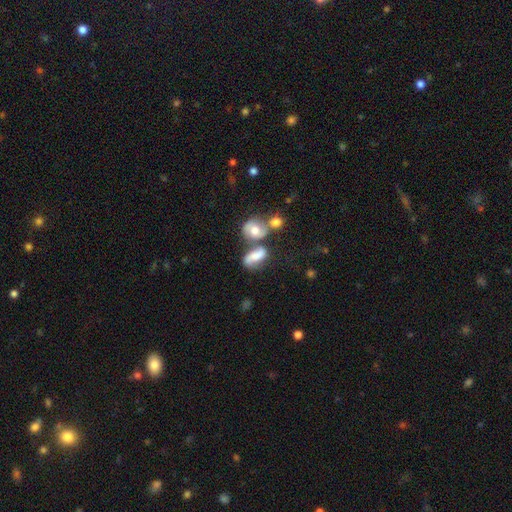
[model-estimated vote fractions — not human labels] Overall: smooth (55%; featured or disk 34%). How rounded: in between (80%). Merging: merger (39%; none 32%).